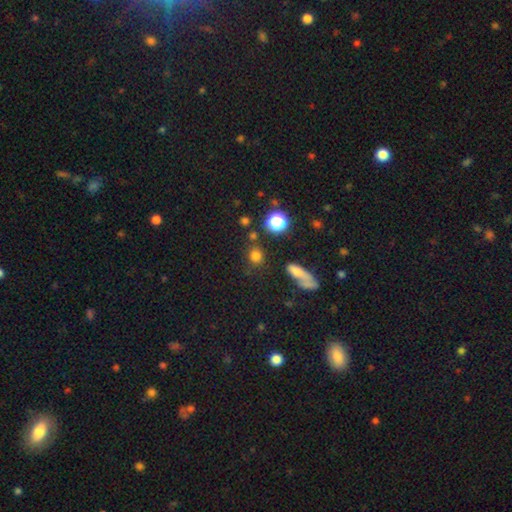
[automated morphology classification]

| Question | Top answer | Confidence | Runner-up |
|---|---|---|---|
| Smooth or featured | smooth | 75% | star or artifact (19%) |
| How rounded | round | 80% | in between (18%) |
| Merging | none | 76% | minor disturbance (11%) |